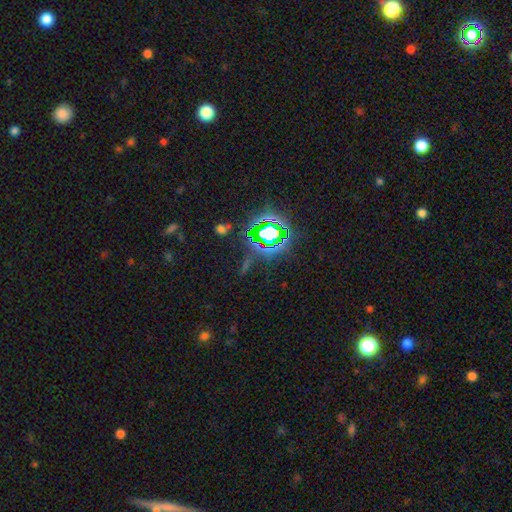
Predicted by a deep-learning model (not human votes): The model was most divided on "smooth or featured": star or artifact: 80%, smooth: 12%, featured or disk: 8%.